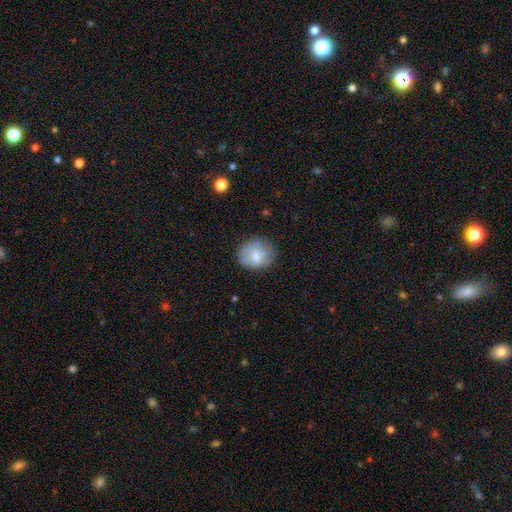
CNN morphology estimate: Smooth or featured?
  - smooth: 76% *
  - featured or disk: 16%
  - star or artifact: 8%
How rounded?
  - round: 71% *
  - in between: 28%
  - cigar-shaped: 1%
Merging?
  - none: 75% *
  - minor disturbance: 18%
  - major disturbance: 6%
  - merger: 2%